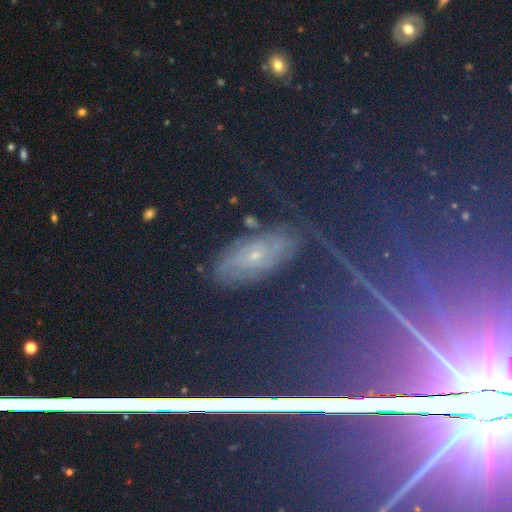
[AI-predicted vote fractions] A star or artifact, not a galaxy (44%).

Vote fractions:
- Smooth or featured? star or artifact: 44% / featured or disk: 31% / smooth: 26%